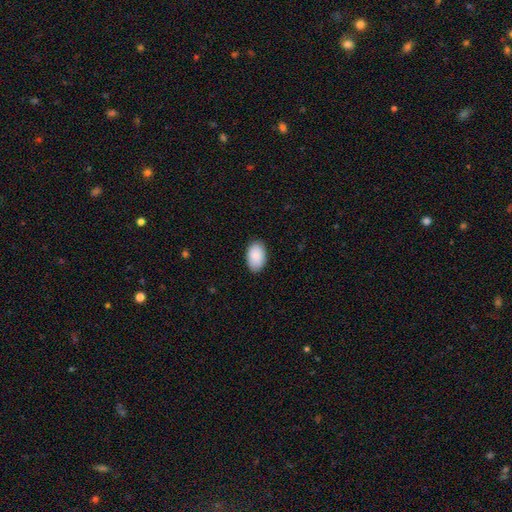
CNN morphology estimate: This appears to be a smooth galaxy with no disk features (91%) that is in between round and cigar-shaped (93%). Merging: none (87%).